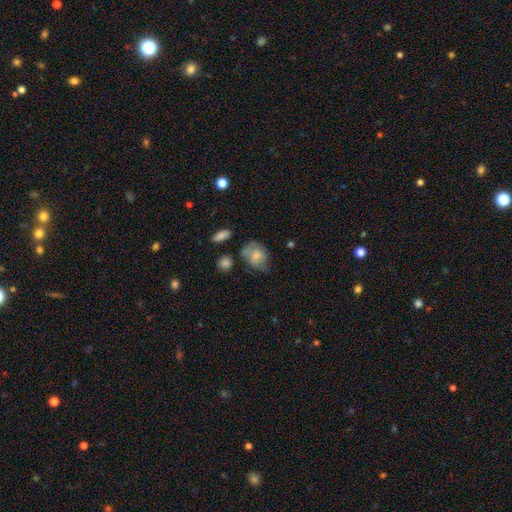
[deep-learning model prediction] The model was most divided on "how rounded": in between: 53%, round: 45%, cigar-shaped: 1%. Remaining: smooth or featured — smooth (65%); merging — none (47%).